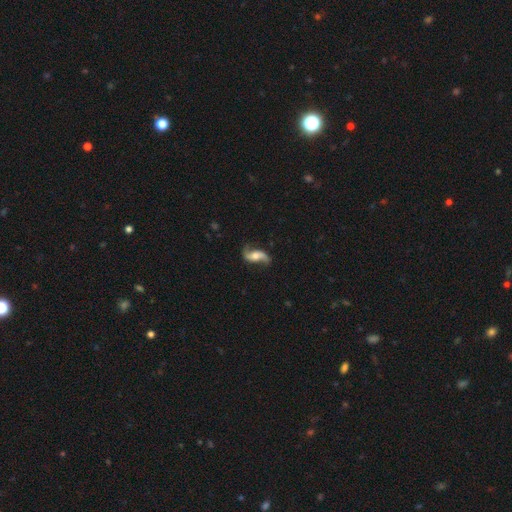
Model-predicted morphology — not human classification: Smooth or featured? Predicted: featured or disk (p=0.83). Edge-on disk? Predicted: no (p=0.94). Bar? Predicted: no (p=0.49). Spiral arms? Predicted: yes (p=0.96). Spiral winding? Predicted: loose (p=0.82). Spiral arm count? Predicted: 2 (p=0.93). Bulge size? Predicted: moderate (p=0.51). Merging? Predicted: none (p=0.75).